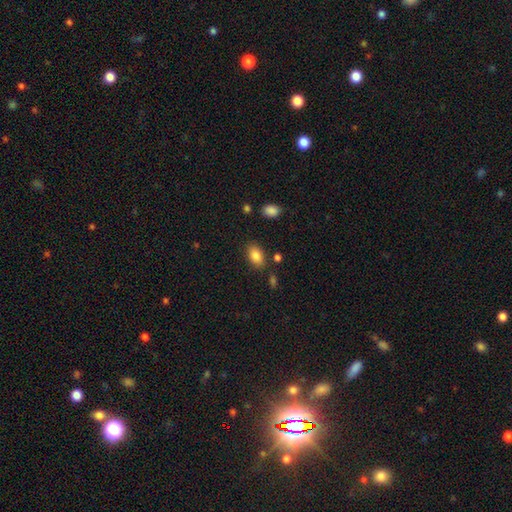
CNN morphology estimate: The model was most divided on "merging": none: 81%, minor disturbance: 12%, merger: 4%, major disturbance: 3%. More confident: how rounded — in between (90%); smooth or featured — smooth (86%).